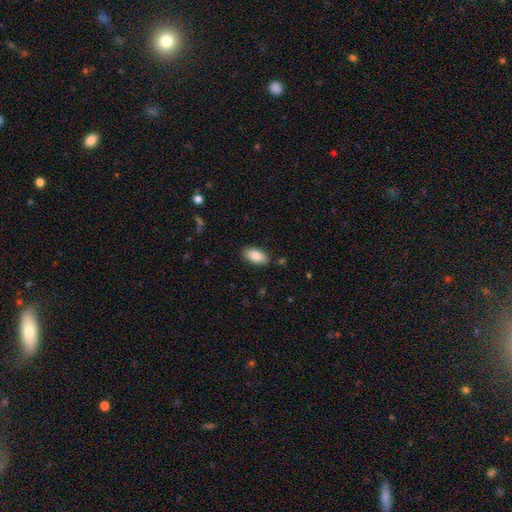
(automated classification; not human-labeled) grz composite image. It shows a smooth galaxy with no disk features (86%) that is in between round and cigar-shaped (94%). Merging: none (86%).